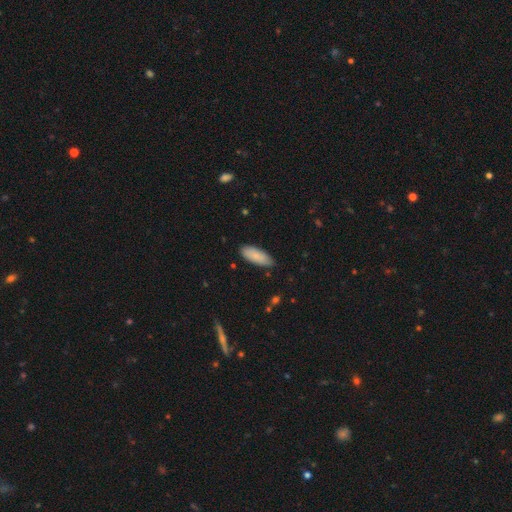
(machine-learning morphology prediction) Overall: smooth (84%). How rounded: in between (75%). Merging: none (82%).